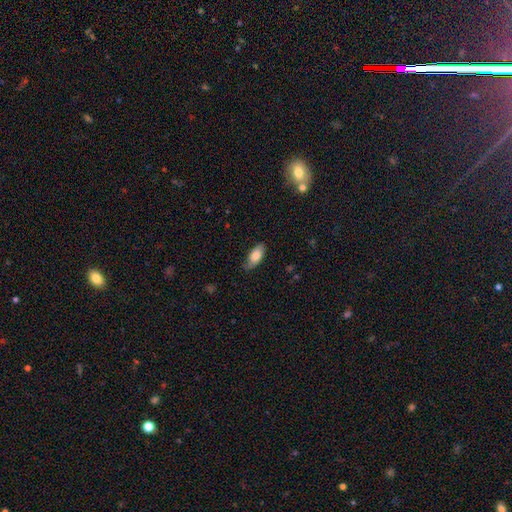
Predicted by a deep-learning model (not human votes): A smooth galaxy with no disk features (79%) that is in between round and cigar-shaped (88%).

Vote fractions:
- Smooth or featured? smooth: 79% / featured or disk: 15% / star or artifact: 6%
- How rounded? in between: 88% / cigar-shaped: 10% / round: 2%
- Merging? none: 72% / minor disturbance: 22% / major disturbance: 4% / merger: 1%